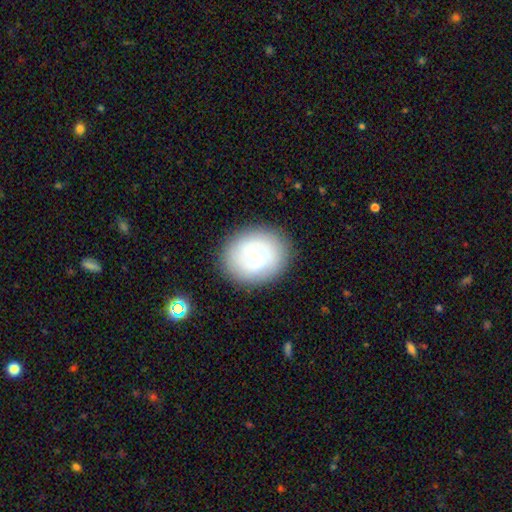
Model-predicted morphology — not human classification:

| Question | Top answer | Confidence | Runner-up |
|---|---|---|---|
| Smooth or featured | featured or disk | 52% | smooth (41%) |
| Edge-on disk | no | 96% | yes (4%) |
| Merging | none | 82% | minor disturbance (12%) |